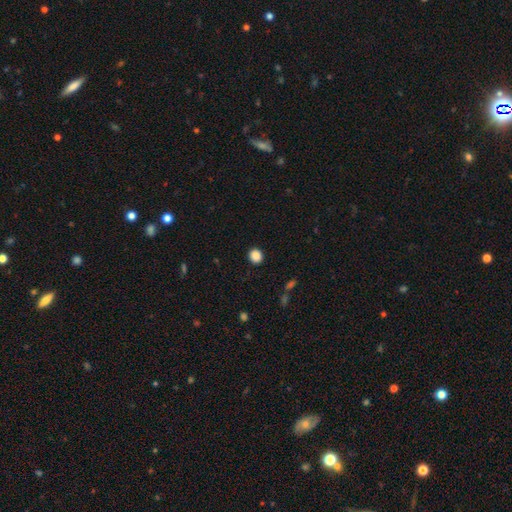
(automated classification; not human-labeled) A smooth galaxy with no disk features (88%) that is round (78%).

Vote fractions:
- Smooth or featured? smooth: 88% / star or artifact: 9% / featured or disk: 3%
- How rounded? round: 78% / in between: 21% / cigar-shaped: 1%
- Merging? none: 91% / minor disturbance: 6% / major disturbance: 2% / merger: 1%